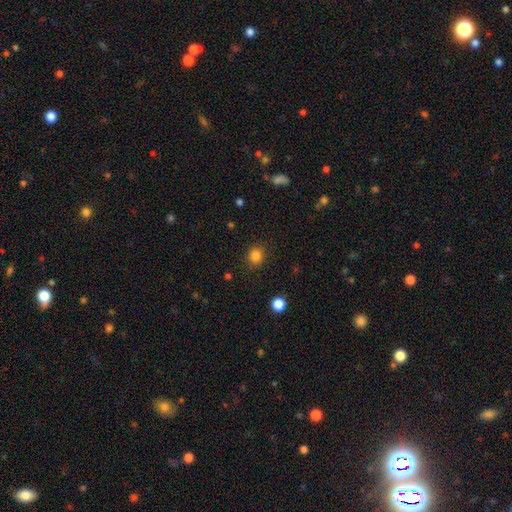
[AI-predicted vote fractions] smooth 84%, star or artifact 12%, featured or disk 4%. Down the decision tree: how rounded — round (79%); merging — none (88%).